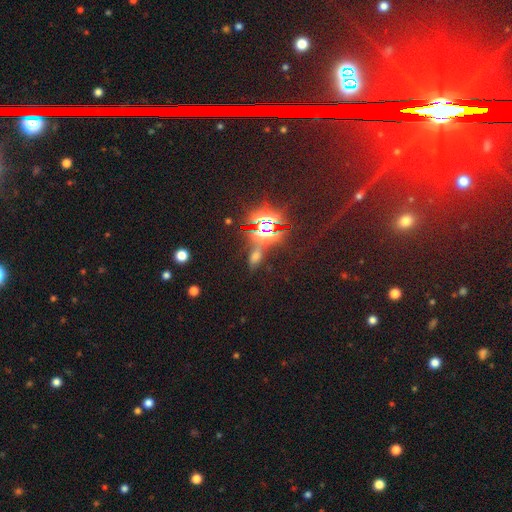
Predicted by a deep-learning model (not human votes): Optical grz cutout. It shows a star or artifact, not a galaxy (53%).